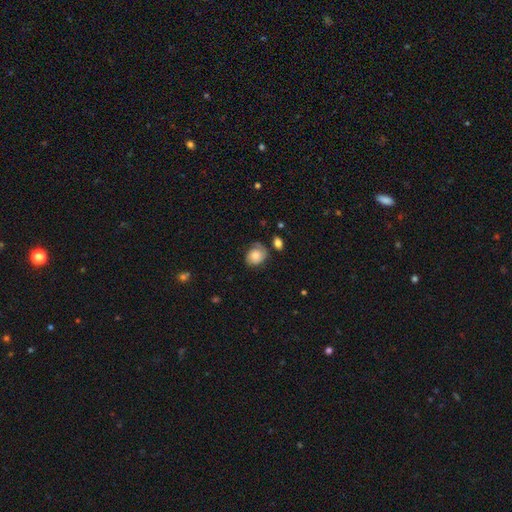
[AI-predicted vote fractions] Smooth or featured: smooth — 52% (featured or disk — 39%)
How rounded: round — 55% (in between — 44%)
Merging: none — 58% (minor disturbance — 26%)